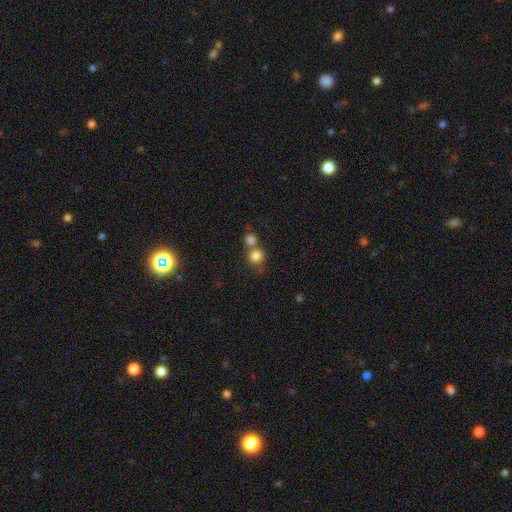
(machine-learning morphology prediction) Q: Smooth or featured?
A: smooth (81%); runner-up: star or artifact (11%)
Q: How rounded?
A: round (88%); runner-up: in between (11%)
Q: Merging?
A: none (47%); runner-up: merger (42%)